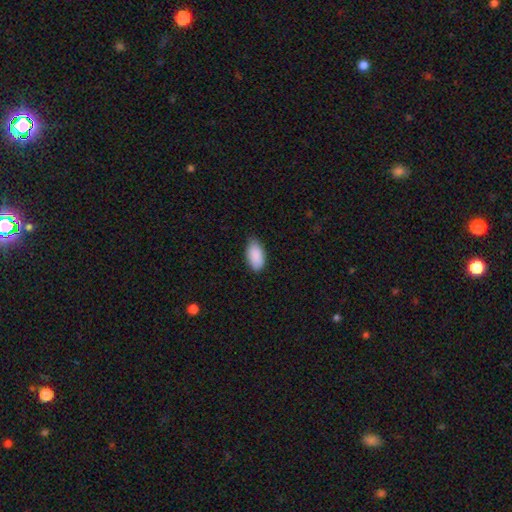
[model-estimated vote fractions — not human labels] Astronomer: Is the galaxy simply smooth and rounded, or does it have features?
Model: smooth — 90%.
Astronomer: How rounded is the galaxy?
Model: in between — 94%.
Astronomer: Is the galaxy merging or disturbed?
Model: none — 76%.